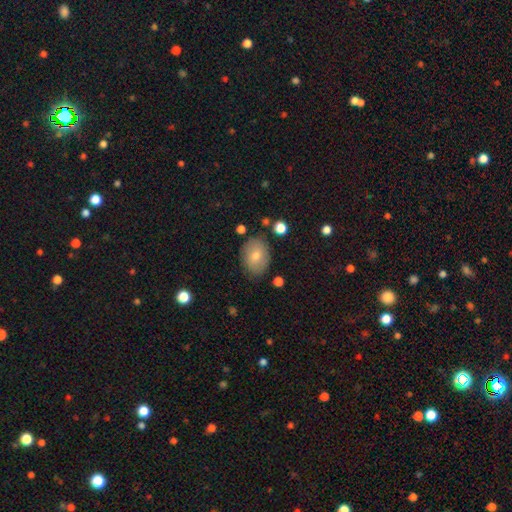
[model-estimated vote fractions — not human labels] Smooth or featured? Predicted: smooth (p=0.69). How rounded? Predicted: in between (p=0.70). Merging? Predicted: none (p=0.84).